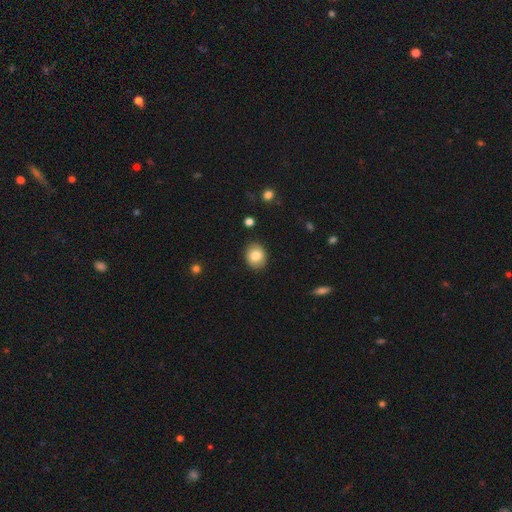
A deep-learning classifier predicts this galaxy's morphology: A smooth galaxy with no disk features (82%) that is round (58%). Merging: none (89%).